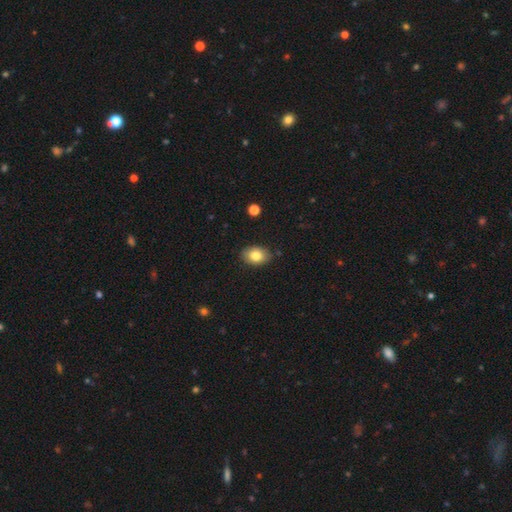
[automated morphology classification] Smooth or featured?
  - smooth: 81% *
  - featured or disk: 11%
  - star or artifact: 8%
How rounded?
  - in between: 80% *
  - round: 18%
  - cigar-shaped: 1%
Merging?
  - none: 85% *
  - minor disturbance: 12%
  - major disturbance: 2%
  - merger: 1%